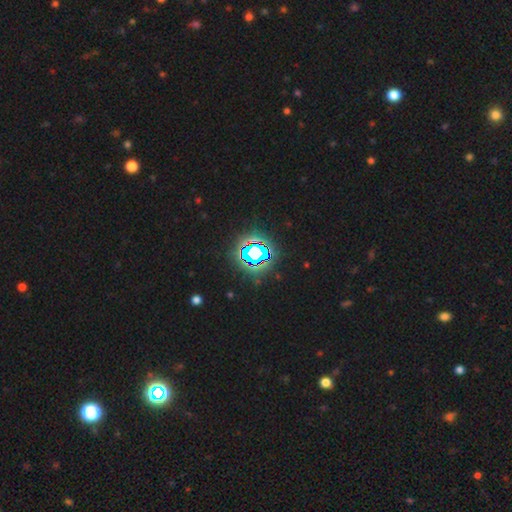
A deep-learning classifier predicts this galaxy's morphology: Smooth or featured? Predicted: star or artifact (p=0.74).